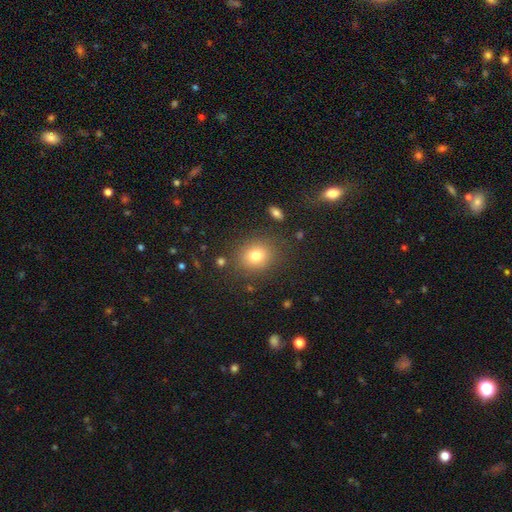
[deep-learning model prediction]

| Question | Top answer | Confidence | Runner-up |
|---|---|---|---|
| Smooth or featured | smooth | 78% | star or artifact (13%) |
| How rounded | round | 69% | in between (30%) |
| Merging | none | 84% | minor disturbance (9%) |